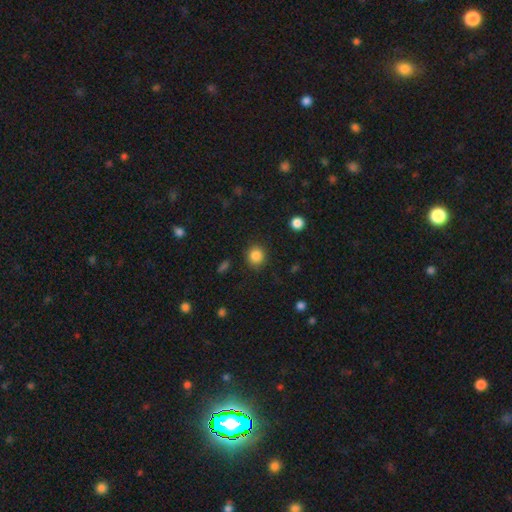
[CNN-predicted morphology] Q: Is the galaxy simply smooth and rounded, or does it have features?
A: smooth — 85%.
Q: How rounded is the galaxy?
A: round — 89%.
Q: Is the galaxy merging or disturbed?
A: none — 88%.